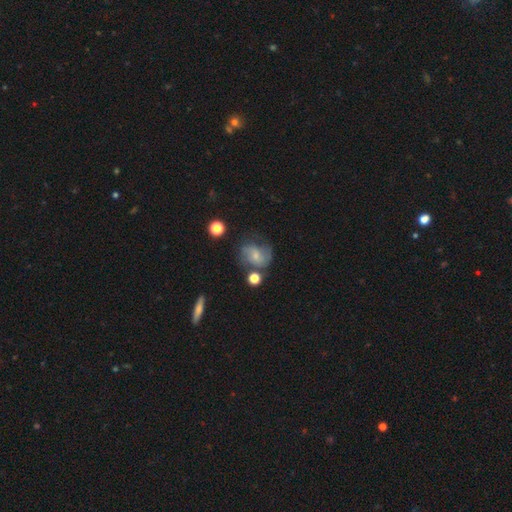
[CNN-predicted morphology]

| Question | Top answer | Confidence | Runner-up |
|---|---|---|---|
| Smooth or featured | featured or disk | 48% | smooth (41%) |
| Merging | none | 49% | minor disturbance (24%) |